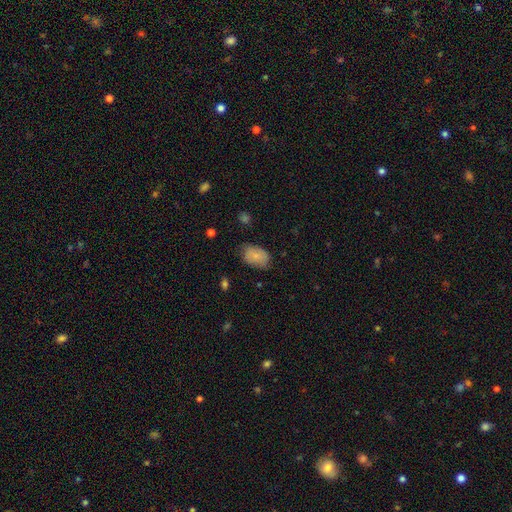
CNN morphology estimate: This is likely a smooth galaxy (77%). How rounded: clearly in between (85%). Merging: likely none (63%).